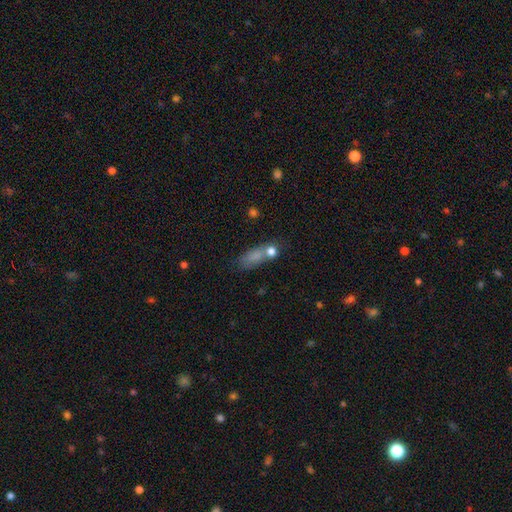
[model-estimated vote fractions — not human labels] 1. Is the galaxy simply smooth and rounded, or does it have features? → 73% smooth, 14% star or artifact, 13% featured or disk.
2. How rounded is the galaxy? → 64% in between, 24% cigar-shaped, 12% round.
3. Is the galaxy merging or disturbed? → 48% none, 23% merger, 18% minor disturbance, 11% major disturbance.